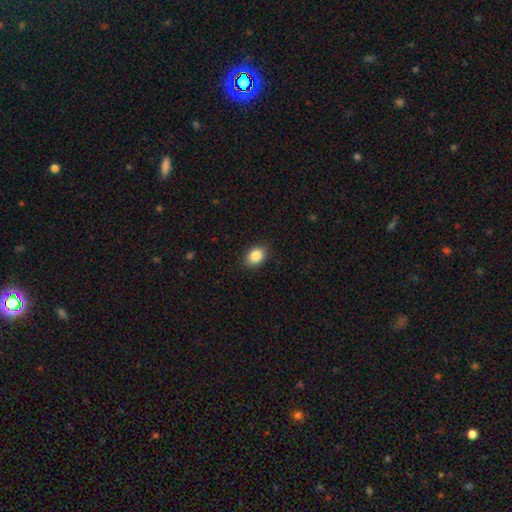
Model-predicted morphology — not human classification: Smooth or featured?
  - smooth: 87% *
  - star or artifact: 8%
  - featured or disk: 4%
How rounded?
  - in between: 67% *
  - round: 32%
  - cigar-shaped: 1%
Merging?
  - none: 87% *
  - minor disturbance: 10%
  - major disturbance: 2%
  - merger: 1%